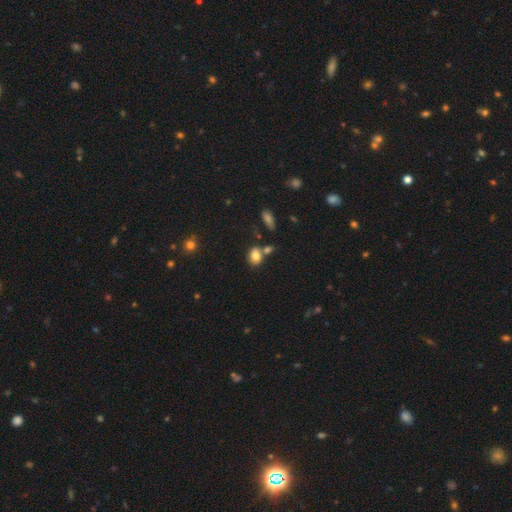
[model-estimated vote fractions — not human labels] This appears to be a smooth galaxy with no disk features (79%) that is in between round and cigar-shaped (60%). Merging: none (57%).